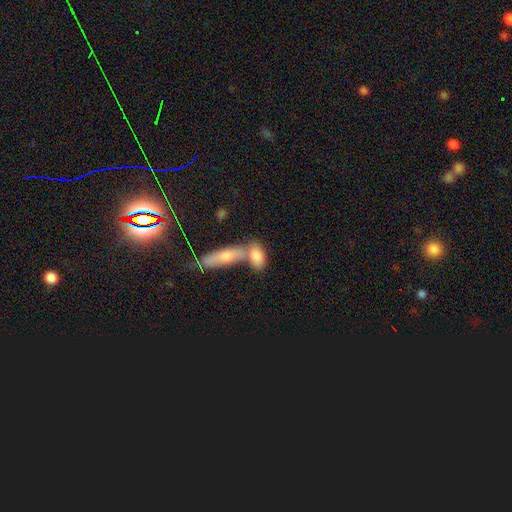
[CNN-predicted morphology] Smooth or featured: smooth — 79% (featured or disk — 14%)
How rounded: in between — 78% (cigar-shaped — 17%)
Merging: merger — 48% (none — 38%)